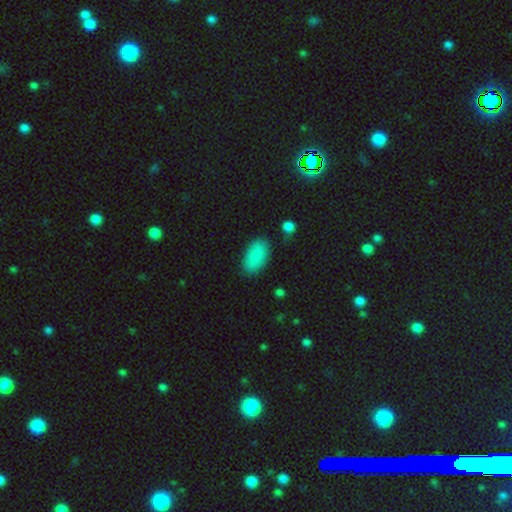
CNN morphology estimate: Overall: smooth (87%). How rounded: in between (94%). Merging: none (81%).